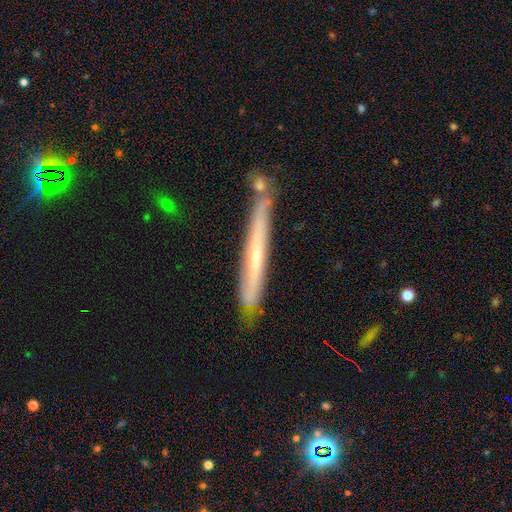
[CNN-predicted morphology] This appears to be a featured or disk galaxy (60%) viewed edge-on (89%) with no central bulge (63%). Merging: none (76%).